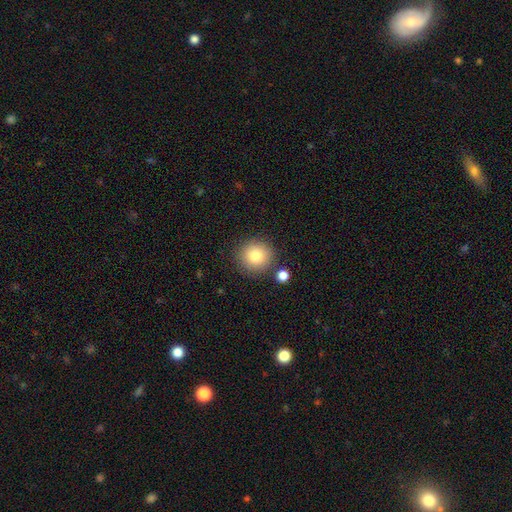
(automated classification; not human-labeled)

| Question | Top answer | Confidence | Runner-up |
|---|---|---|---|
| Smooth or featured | smooth | 82% | star or artifact (10%) |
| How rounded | round | 93% | in between (6%) |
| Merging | none | 84% | minor disturbance (8%) |